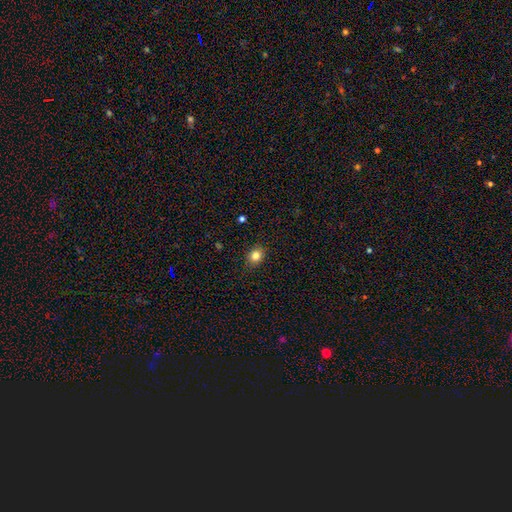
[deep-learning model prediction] Overall: smooth (83%). How rounded: round (58%; in between 41%). Merging: none (87%).